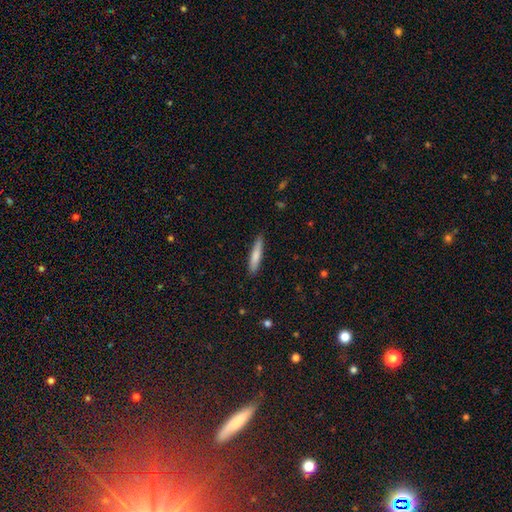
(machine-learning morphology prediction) Smooth or featured?
  - smooth: 76% *
  - featured or disk: 18%
  - star or artifact: 6%
How rounded?
  - cigar-shaped: 89% *
  - in between: 9%
  - round: 1%
Merging?
  - none: 87% *
  - minor disturbance: 10%
  - major disturbance: 2%
  - merger: 1%